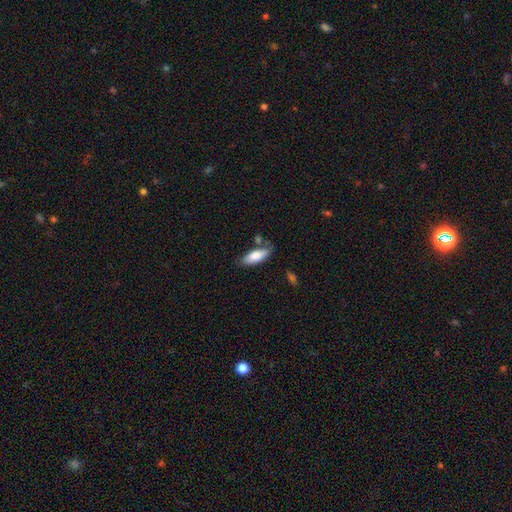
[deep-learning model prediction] smooth-or-featured: smooth: 79% | featured or disk: 15% | star or artifact: 6%
  how-rounded: in between: 75% | cigar-shaped: 23% | round: 2%
  merging: none: 62% | minor disturbance: 22% | merger: 11% | major disturbance: 6%